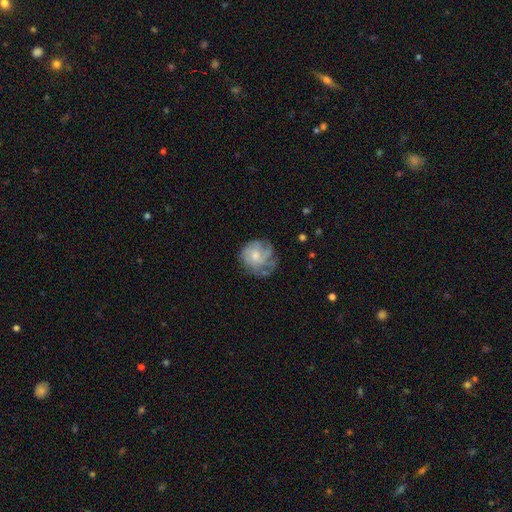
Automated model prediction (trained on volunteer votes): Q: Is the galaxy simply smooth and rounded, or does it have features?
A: featured or disk — 52%.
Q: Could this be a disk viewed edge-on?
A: no — 98%.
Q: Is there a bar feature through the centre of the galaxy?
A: no — 79%.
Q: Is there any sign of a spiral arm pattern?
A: yes — 69%.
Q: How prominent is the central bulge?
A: moderate — 53%.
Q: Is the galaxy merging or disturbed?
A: none — 59%.